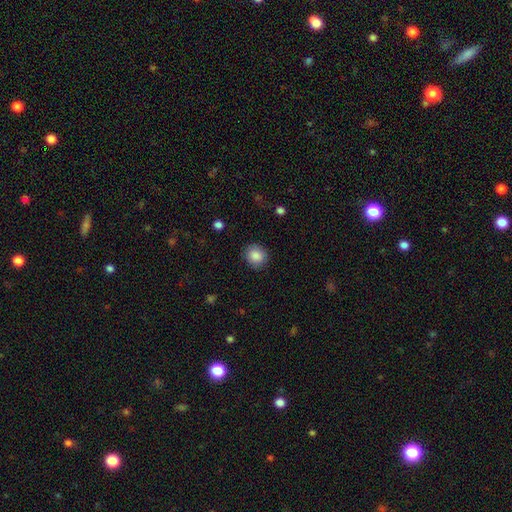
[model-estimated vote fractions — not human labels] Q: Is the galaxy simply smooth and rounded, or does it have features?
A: smooth — 87%.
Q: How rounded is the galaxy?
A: round — 82%.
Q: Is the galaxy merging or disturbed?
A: none — 87%.